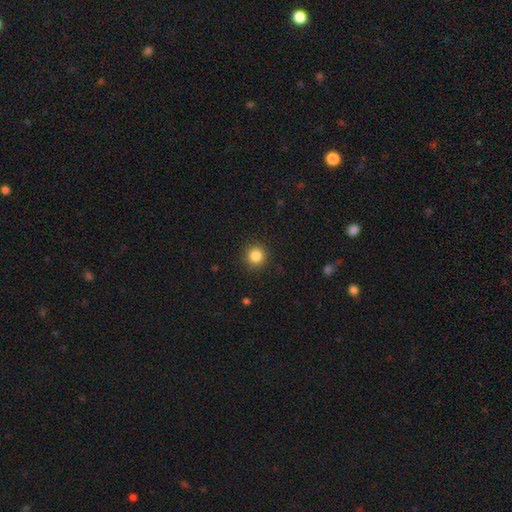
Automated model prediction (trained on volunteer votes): Smooth or featured: smooth — 84% (star or artifact — 11%)
How rounded: round — 93% (in between — 6%)
Merging: none — 92% (minor disturbance — 5%)